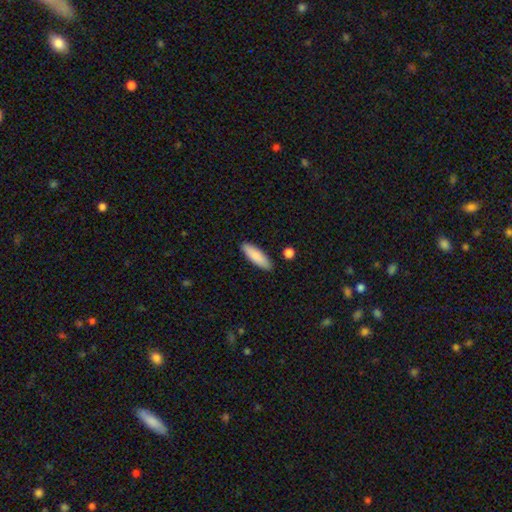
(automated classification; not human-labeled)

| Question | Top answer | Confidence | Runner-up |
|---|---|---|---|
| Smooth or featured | smooth | 85% | featured or disk (9%) |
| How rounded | cigar-shaped | 53% | in between (45%) |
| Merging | none | 87% | minor disturbance (9%) |